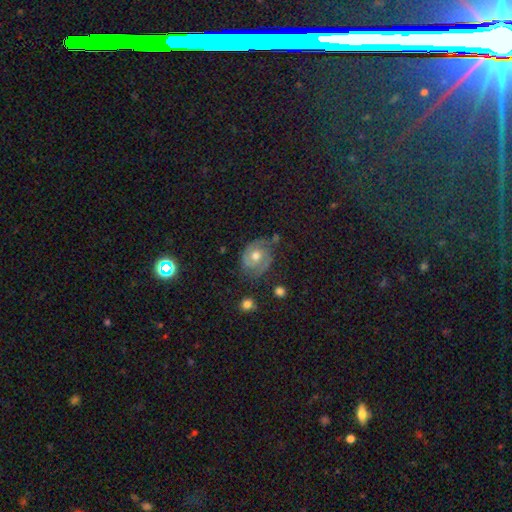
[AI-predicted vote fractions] Q: Smooth or featured?
A: featured or disk (74%); runner-up: smooth (16%)
Q: Edge-on disk?
A: no (97%); runner-up: yes (3%)
Q: Bar?
A: no (74%); runner-up: weak (22%)
Q: Spiral arms?
A: yes (91%); runner-up: no (9%)
Q: Spiral winding?
A: tight (48%); runner-up: medium (41%)
Q: Spiral arm count?
A: 2 (82%); runner-up: can't tell (8%)
Q: Bulge size?
A: moderate (78%); runner-up: small (14%)
Q: Merging?
A: none (71%); runner-up: minor disturbance (20%)